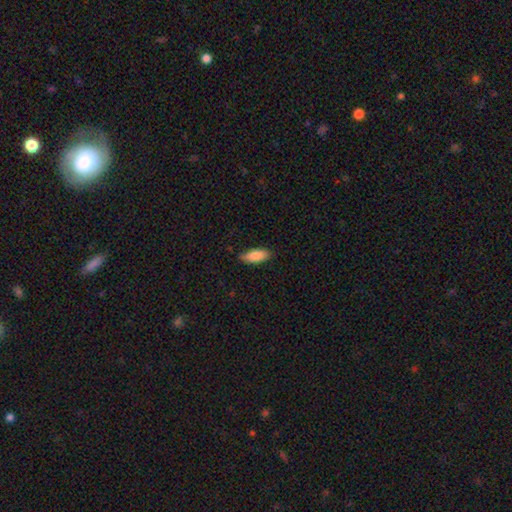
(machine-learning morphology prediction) Smooth or featured? Predicted: smooth (p=0.87). How rounded? Predicted: in between (p=0.78). Merging? Predicted: none (p=0.84).